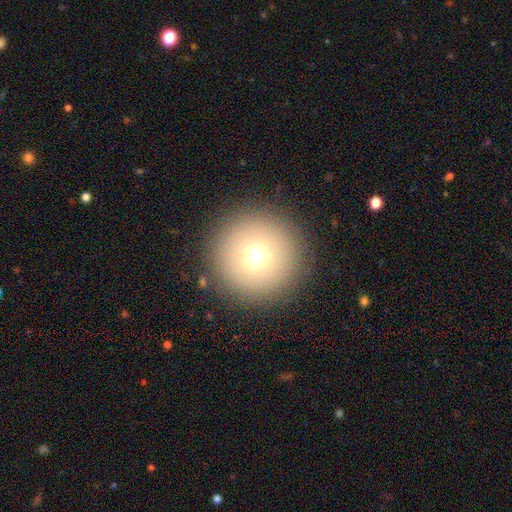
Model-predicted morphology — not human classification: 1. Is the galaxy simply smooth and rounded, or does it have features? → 71% smooth, 17% star or artifact, 13% featured or disk.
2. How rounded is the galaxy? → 97% round, 2% in between, 1% cigar-shaped.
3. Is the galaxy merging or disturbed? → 91% none, 5% minor disturbance, 3% major disturbance, 1% merger.